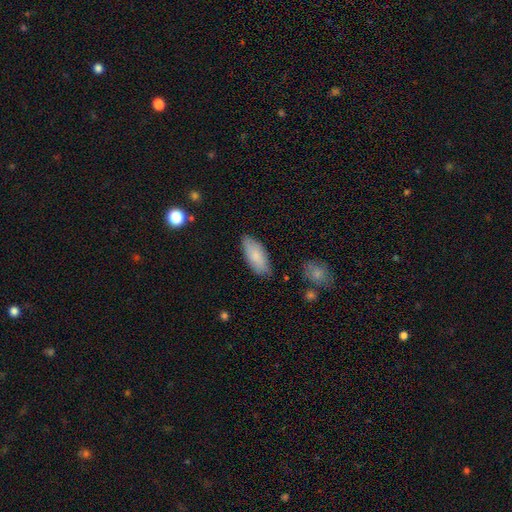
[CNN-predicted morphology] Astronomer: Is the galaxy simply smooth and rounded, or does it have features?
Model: smooth — 81%.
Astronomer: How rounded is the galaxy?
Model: in between — 85%.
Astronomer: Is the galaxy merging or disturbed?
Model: none — 79%.